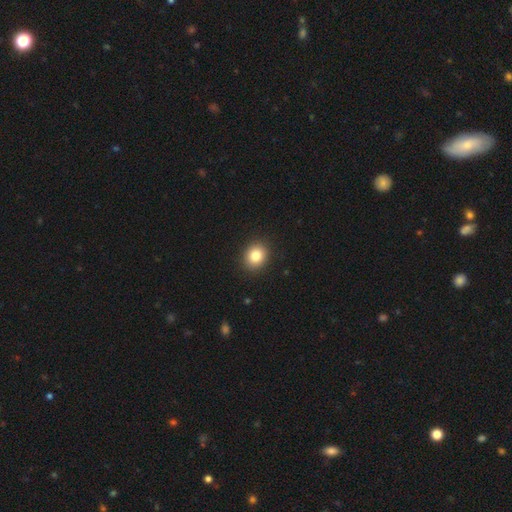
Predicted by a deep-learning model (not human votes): A smooth galaxy with no disk features (83%) that is round (66%).

Vote fractions:
- Smooth or featured? smooth: 83% / star or artifact: 10% / featured or disk: 7%
- How rounded? round: 66% / in between: 33% / cigar-shaped: 1%
- Merging? none: 91% / minor disturbance: 6% / major disturbance: 2% / merger: 1%